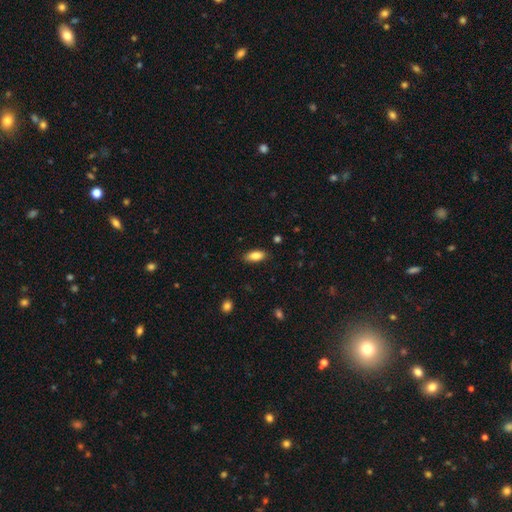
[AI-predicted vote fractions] smooth_or_featured: smooth (p=0.86) [alt: star or artifact p=0.07]
how_rounded: in between (p=0.85) [alt: cigar-shaped p=0.12]
merging: none (p=0.85) [alt: minor disturbance p=0.11]